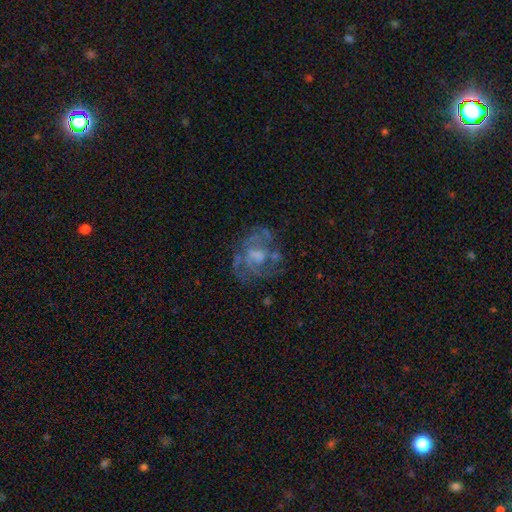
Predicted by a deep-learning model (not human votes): featured or disk 69%, smooth 21%, star or artifact 10%. Down the decision tree: edge-on disk — no (98%); bar — no (54%); spiral arms — yes (57%); bulge size — moderate (35%); merging — none (52%).